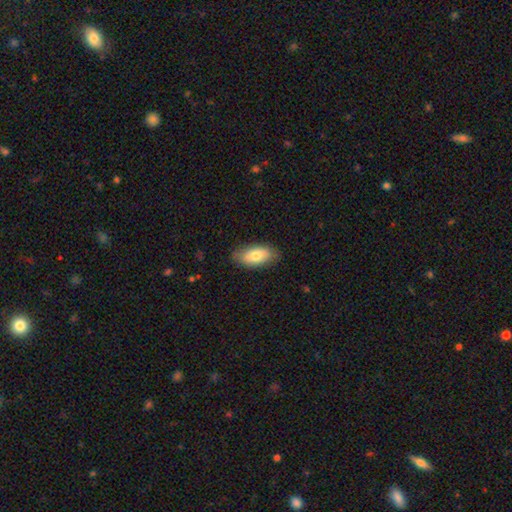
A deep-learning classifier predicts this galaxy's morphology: smooth-or-featured: smooth: 75% | featured or disk: 19% | star or artifact: 6%
  how-rounded: in between: 91% | cigar-shaped: 6% | round: 3%
  merging: none: 83% | minor disturbance: 14% | major disturbance: 3% | merger: 1%